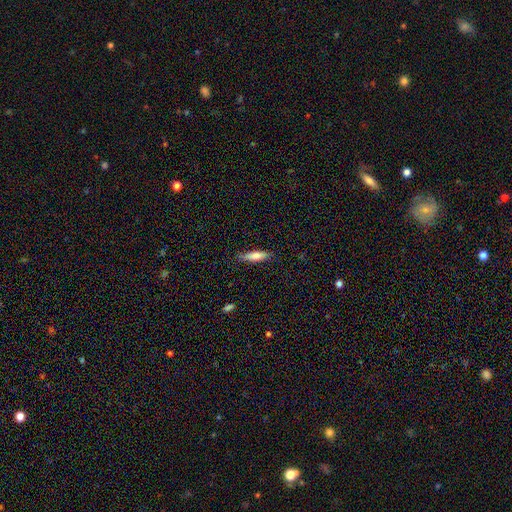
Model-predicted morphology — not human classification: This appears to be a smooth galaxy with no disk features (72%) that is cigar-shaped (66%). Merging: none (82%).